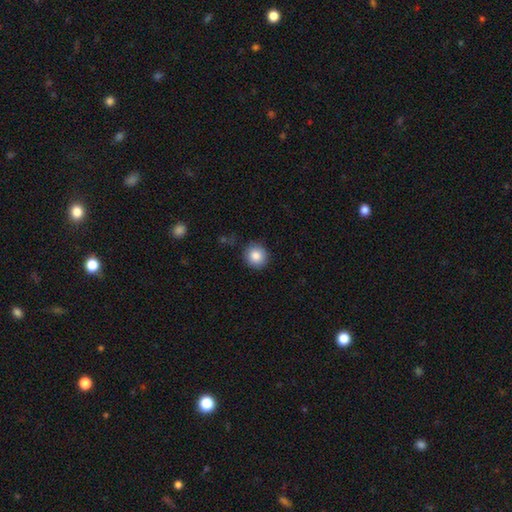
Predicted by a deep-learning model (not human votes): Smooth or featured: smooth — 85% (star or artifact — 9%)
How rounded: round — 91% (in between — 8%)
Merging: none — 88% (minor disturbance — 9%)